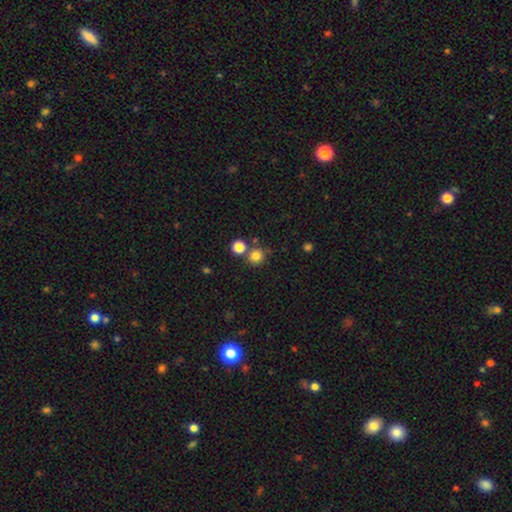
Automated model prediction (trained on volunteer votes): This is clearly a smooth galaxy (81%). How rounded: clearly round (90%). Merging: likely none (71%).